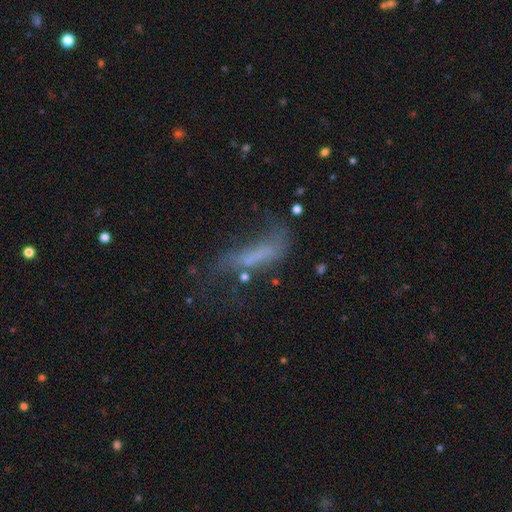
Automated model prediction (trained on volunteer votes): A featured or disk galaxy (44%).

Vote fractions:
- Smooth or featured? featured or disk: 44% / smooth: 40% / star or artifact: 17%
- Merging? major disturbance: 40% / none: 31% / minor disturbance: 20% / merger: 9%